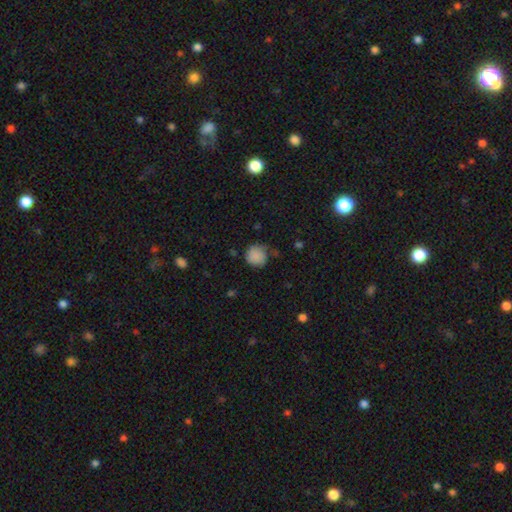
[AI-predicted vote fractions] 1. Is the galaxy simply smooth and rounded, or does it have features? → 85% smooth, 8% star or artifact, 7% featured or disk.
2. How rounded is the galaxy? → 88% round, 11% in between, 1% cigar-shaped.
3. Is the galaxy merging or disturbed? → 65% none, 26% minor disturbance, 7% major disturbance, 2% merger.